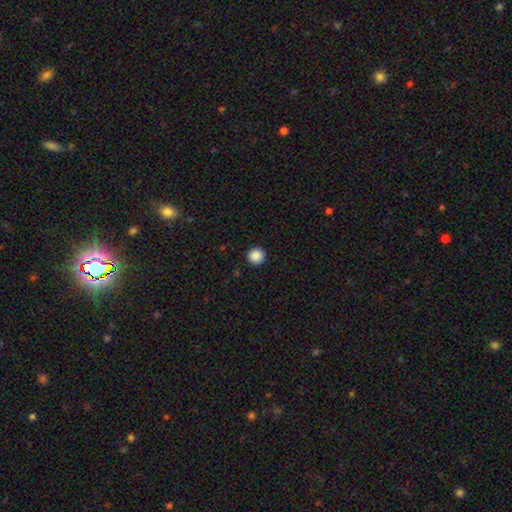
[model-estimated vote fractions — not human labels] Smooth or featured? Predicted: smooth (p=0.88). How rounded? Predicted: round (p=0.96). Merging? Predicted: none (p=0.93).